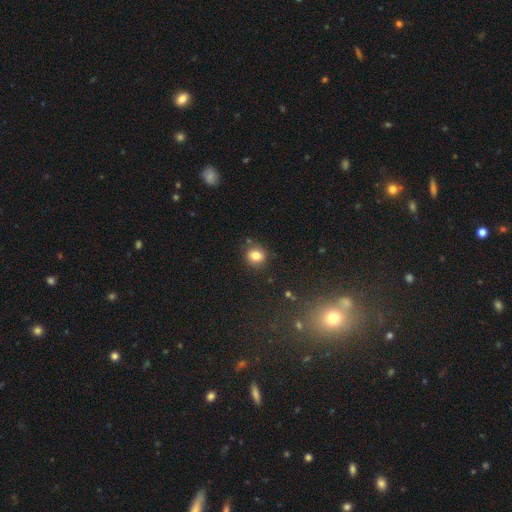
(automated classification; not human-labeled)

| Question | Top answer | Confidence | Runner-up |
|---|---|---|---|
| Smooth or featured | smooth | 81% | star or artifact (12%) |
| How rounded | round | 73% | in between (26%) |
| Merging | none | 83% | minor disturbance (12%) |